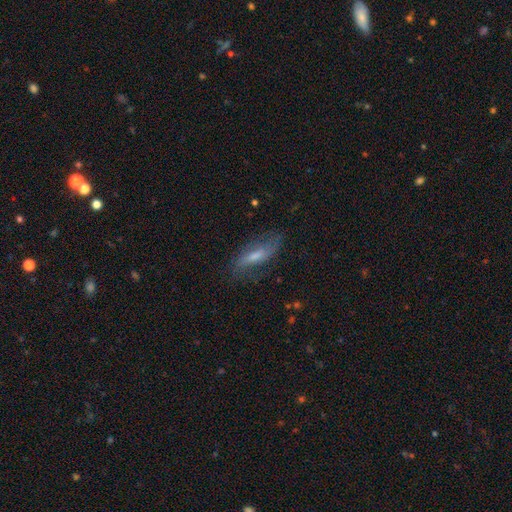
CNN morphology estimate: Overall: featured or disk (53%; smooth 38%). Edge-on disk: no (75%). Merging: none (70%).